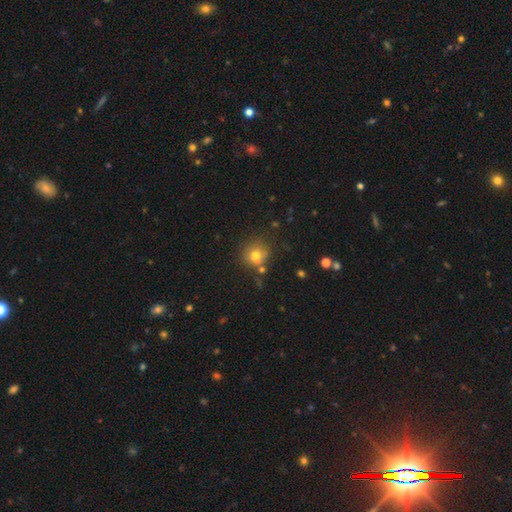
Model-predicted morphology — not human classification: type=smooth (75%); roundness=round (88%); merging=none (71%).